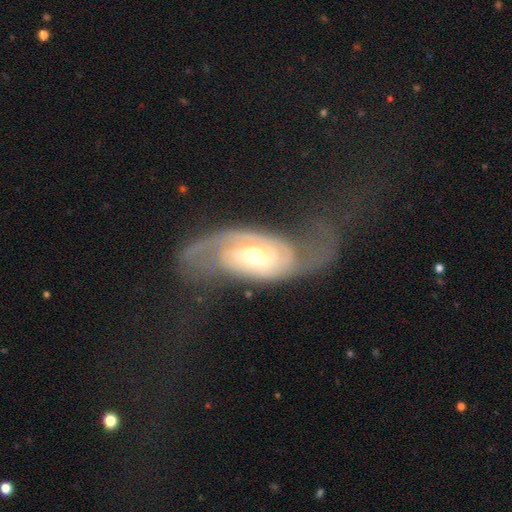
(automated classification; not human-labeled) The model was most divided on "spiral winding": medium: 38%, tight: 33%, loose: 29%. More confident: edge-on disk — no (93%); spiral arms — yes (92%); smooth or featured — featured or disk (83%); spiral arm count — 2 (76%); bulge size — moderate (64%); bar — no (62%); merging — none (52%).